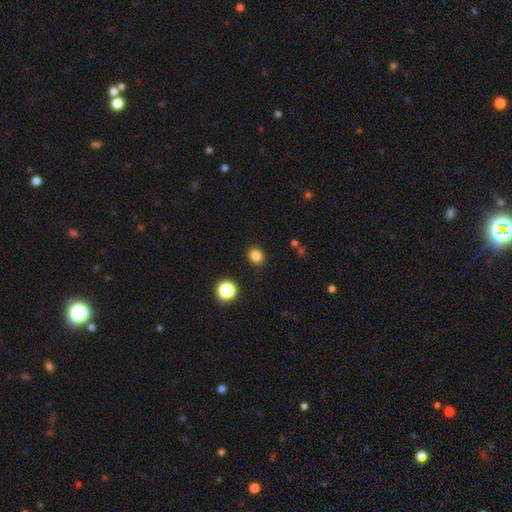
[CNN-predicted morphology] Overall: smooth (82%). How rounded: round (71%). Merging: none (88%).